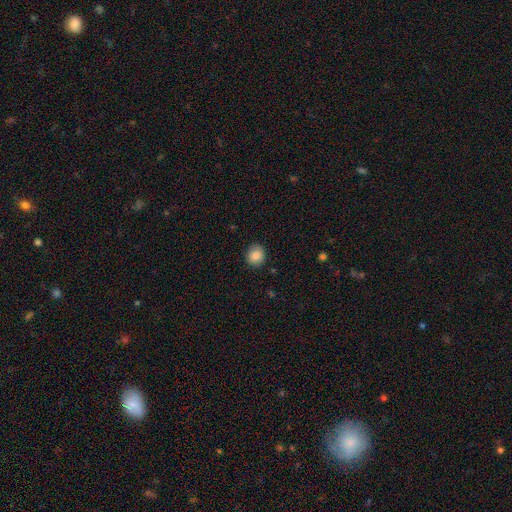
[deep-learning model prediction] This is clearly a smooth galaxy (85%). How rounded: clearly round (83%). Merging: clearly none (88%).